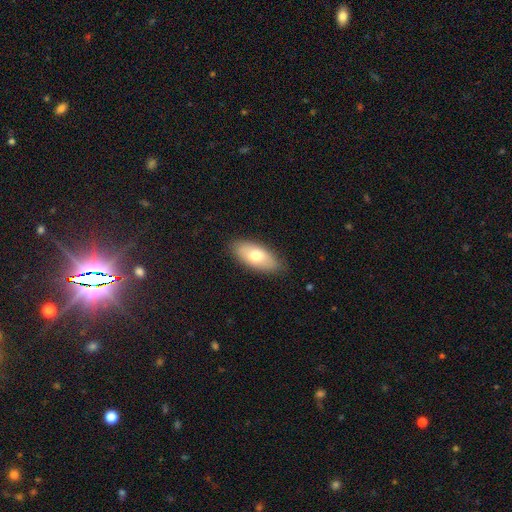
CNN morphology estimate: The model was most divided on "smooth or featured": smooth: 72%, featured or disk: 21%, star or artifact: 6%. More confident: how rounded — in between (86%); merging — none (86%).